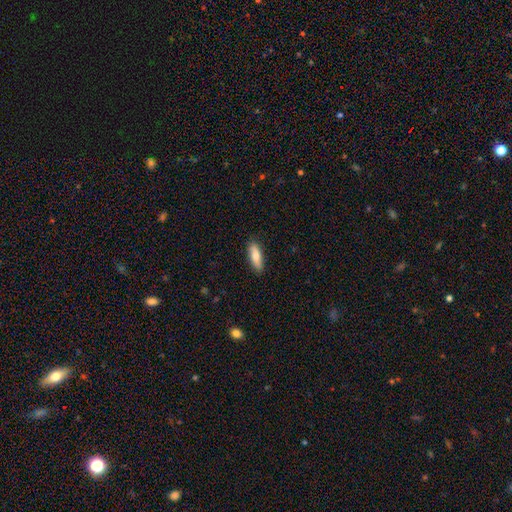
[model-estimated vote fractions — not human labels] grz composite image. It shows a smooth galaxy with no disk features (77%) that is in between round and cigar-shaped (54%). Merging: none (87%).